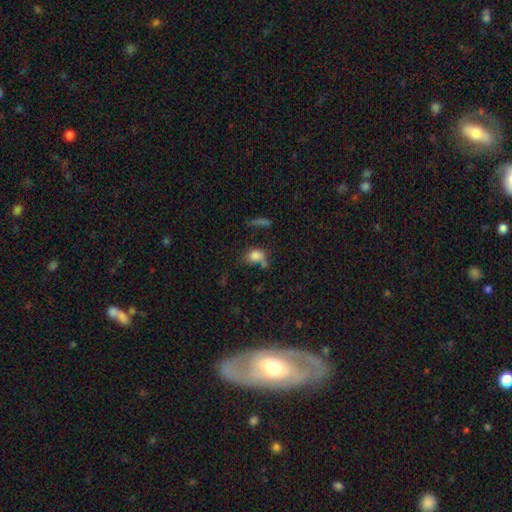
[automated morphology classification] This appears to be a smooth galaxy with no disk features (79%) that is in between round and cigar-shaped (64%). Merging: none (49%).